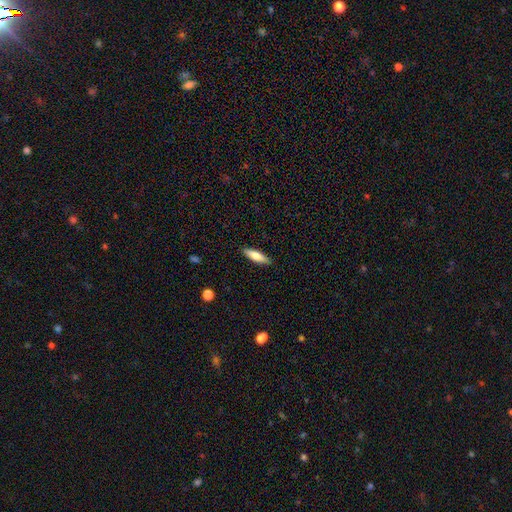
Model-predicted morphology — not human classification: Smooth or featured? smooth (67%)
How rounded? cigar-shaped (62%)
Merging? none (89%)